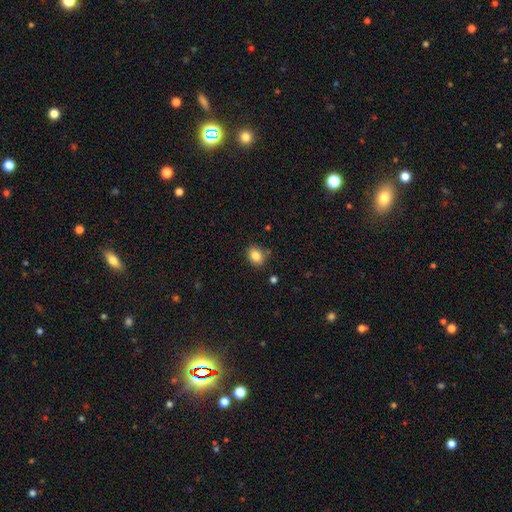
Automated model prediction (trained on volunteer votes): Smooth or featured? smooth (84%)
How rounded? in between (52%)
Merging? none (82%)